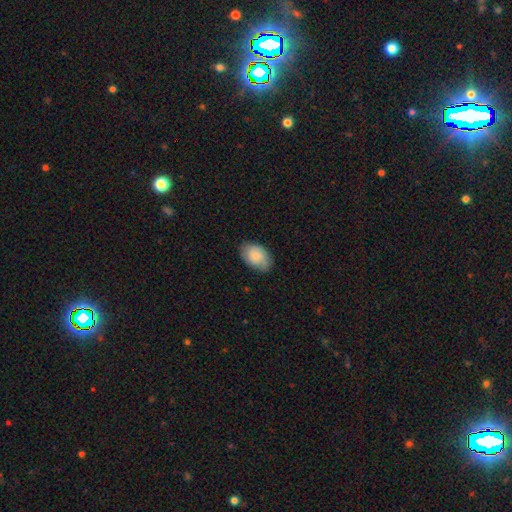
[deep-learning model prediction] Smooth or featured: smooth — 76% (featured or disk — 18%)
How rounded: in between — 87% (round — 11%)
Merging: none — 76% (minor disturbance — 19%)